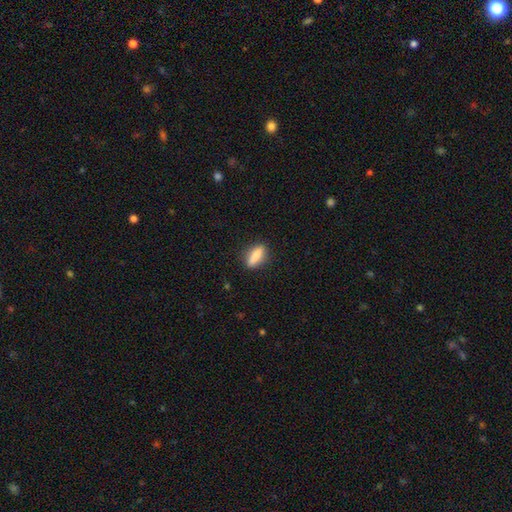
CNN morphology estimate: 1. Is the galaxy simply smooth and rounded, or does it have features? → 77% smooth, 16% featured or disk, 7% star or artifact.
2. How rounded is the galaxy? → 52% in between, 44% cigar-shaped, 4% round.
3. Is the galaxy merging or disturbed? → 86% none, 10% minor disturbance, 3% major disturbance, 1% merger.